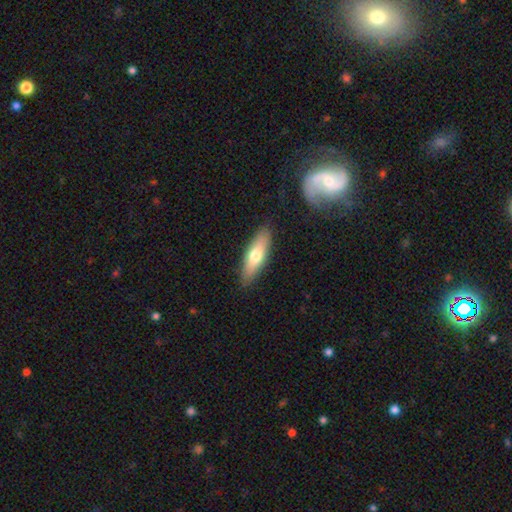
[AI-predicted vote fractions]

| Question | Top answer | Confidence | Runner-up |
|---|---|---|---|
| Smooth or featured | smooth | 66% | featured or disk (28%) |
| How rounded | cigar-shaped | 50% | in between (48%) |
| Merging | none | 87% | minor disturbance (10%) |